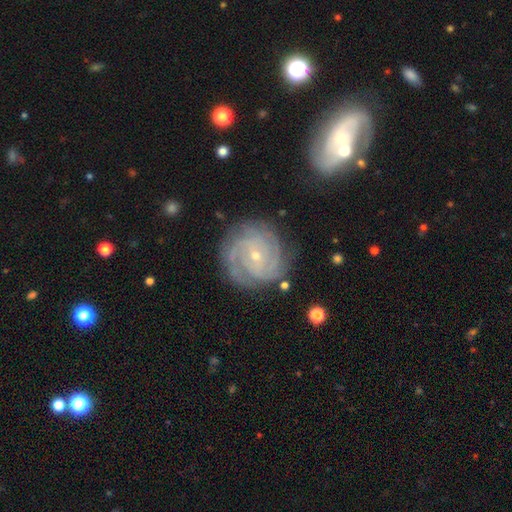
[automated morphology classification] Smooth or featured?
  - featured or disk: 87% *
  - smooth: 7%
  - star or artifact: 6%
Edge-on disk?
  - no: 97% *
  - yes: 3%
Bar?
  - no: 64% *
  - weak: 28%
  - strong: 9%
Spiral arms?
  - yes: 97% *
  - no: 3%
Spiral winding?
  - tight: 77% *
  - medium: 20%
  - loose: 3%
Spiral arm count?
  - 3: 29% *
  - can't tell: 20%
  - 2: 20%
  - 4: 18%
  - more than 4: 7%
  - 1: 6%
Bulge size?
  - small: 79% *
  - moderate: 18%
  - none: 1%
  - large: 1%
  - dominant: 1%
Merging?
  - none: 80% *
  - minor disturbance: 14%
  - major disturbance: 4%
  - merger: 2%